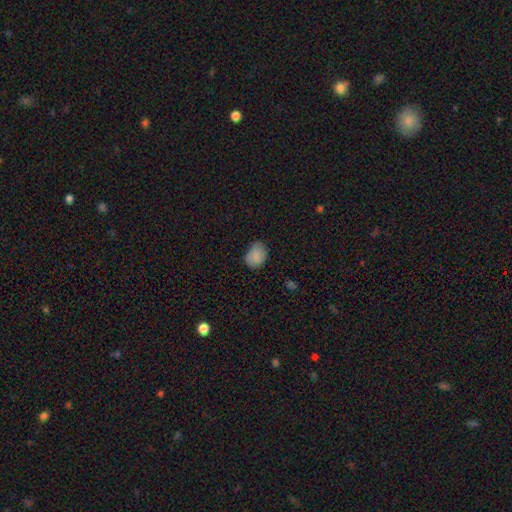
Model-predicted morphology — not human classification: type=smooth (84%); roundness=in between (65%); merging=none (62%).